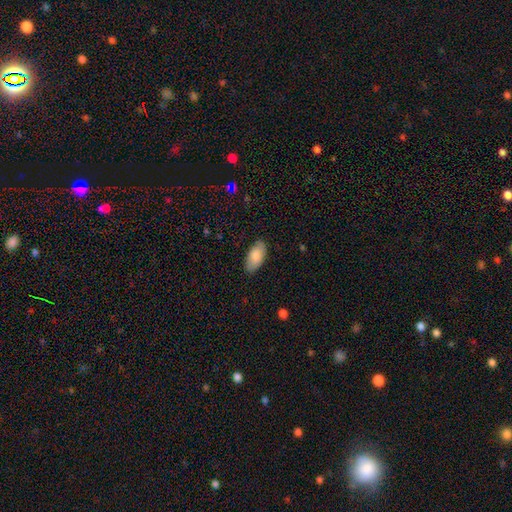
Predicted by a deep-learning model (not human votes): This is clearly a smooth galaxy (83%). How rounded: clearly in between (94%). Merging: clearly none (85%).